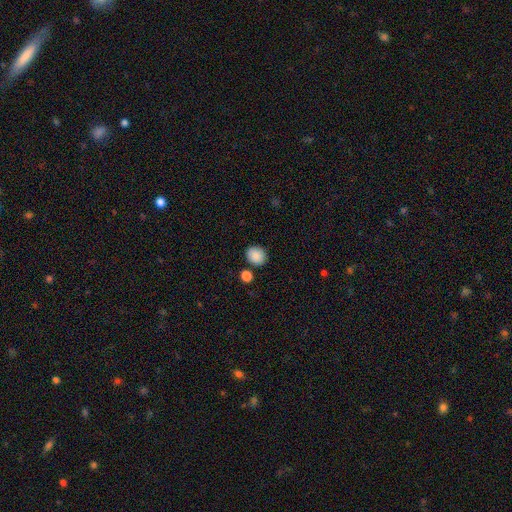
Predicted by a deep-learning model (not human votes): Q: Smooth or featured?
A: smooth (88%); runner-up: star or artifact (8%)
Q: How rounded?
A: round (69%); runner-up: in between (31%)
Q: Merging?
A: none (82%); runner-up: minor disturbance (10%)